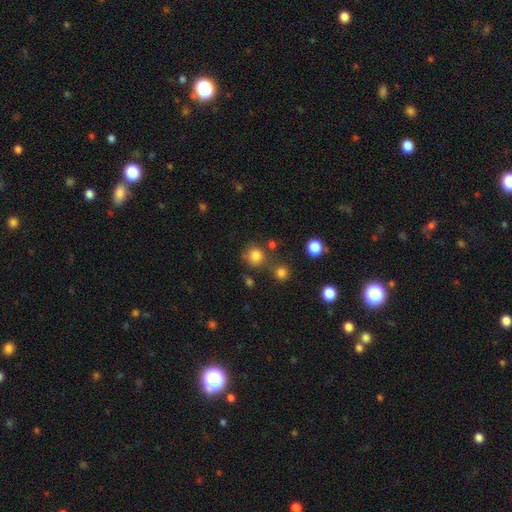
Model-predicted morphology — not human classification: type=smooth (81%); roundness=round (89%); merging=none (72%).